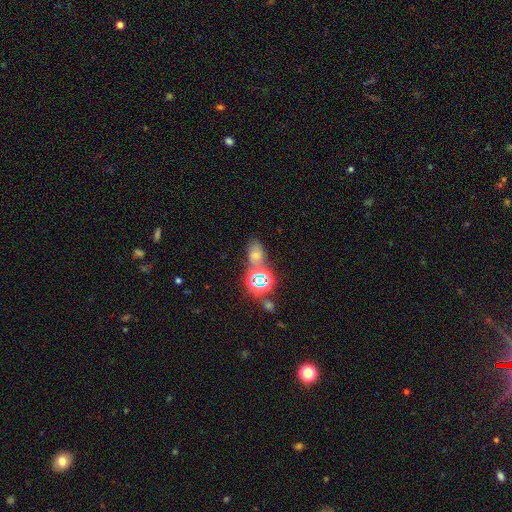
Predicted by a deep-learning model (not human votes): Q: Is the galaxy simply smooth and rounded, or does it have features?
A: star or artifact — 52%.